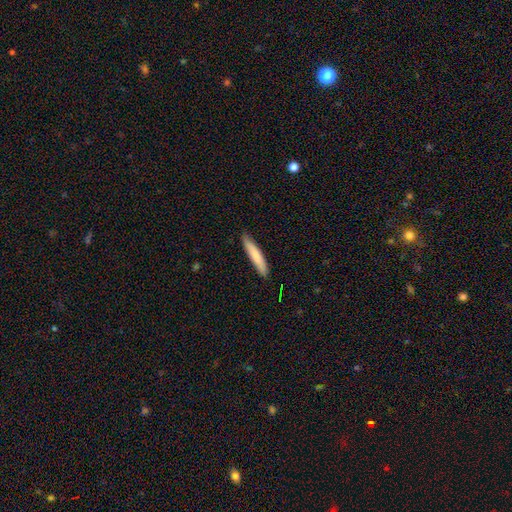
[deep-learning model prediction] Q: Smooth or featured?
A: smooth (80%); runner-up: featured or disk (15%)
Q: How rounded?
A: cigar-shaped (91%); runner-up: in between (8%)
Q: Merging?
A: none (87%); runner-up: minor disturbance (10%)